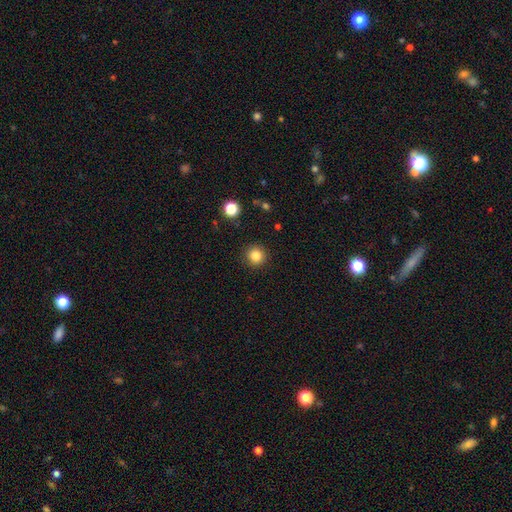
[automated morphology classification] The model was most divided on "smooth or featured": smooth: 84%, star or artifact: 11%, featured or disk: 5%. More confident: how rounded — round (94%); merging — none (91%).